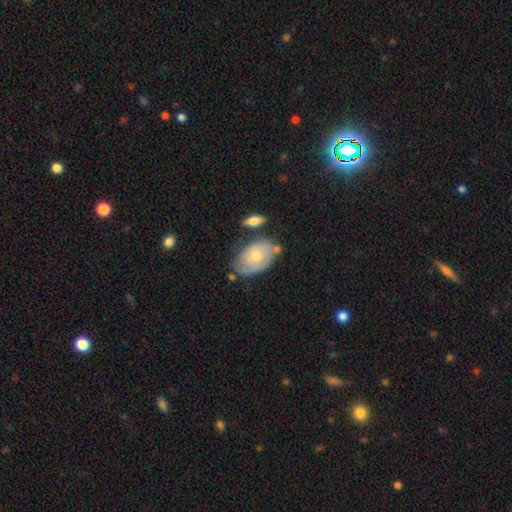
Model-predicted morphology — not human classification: Smooth or featured: smooth — 58% (featured or disk — 36%)
How rounded: in between — 88% (round — 10%)
Merging: none — 53% (minor disturbance — 28%)